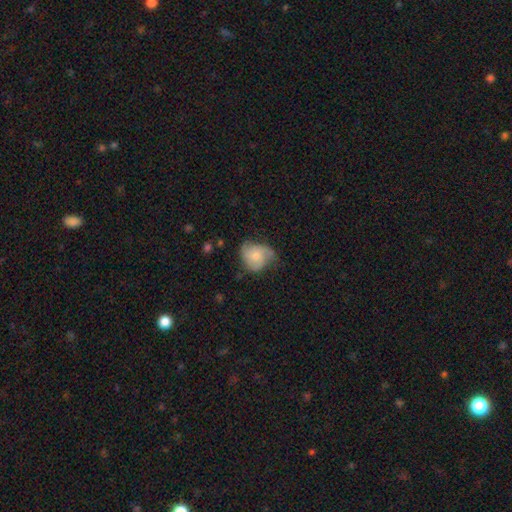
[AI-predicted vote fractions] Morphology: type=smooth (53%); roundness=round (52%); merging=minor disturbance (39%).